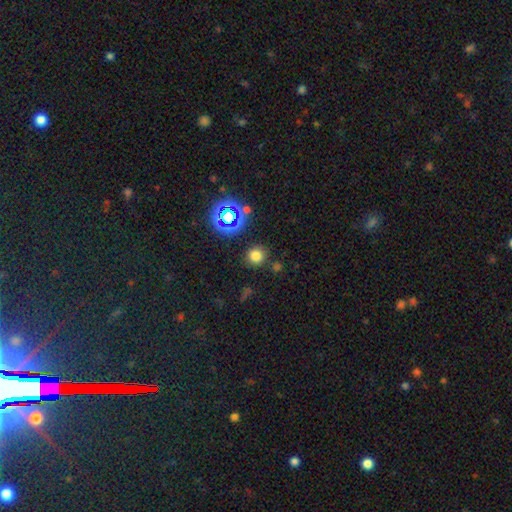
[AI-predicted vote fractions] Smooth or featured?
  - smooth: 73% *
  - star or artifact: 21%
  - featured or disk: 6%
How rounded?
  - round: 90% *
  - in between: 9%
  - cigar-shaped: 1%
Merging?
  - none: 85% *
  - minor disturbance: 8%
  - merger: 4%
  - major disturbance: 3%